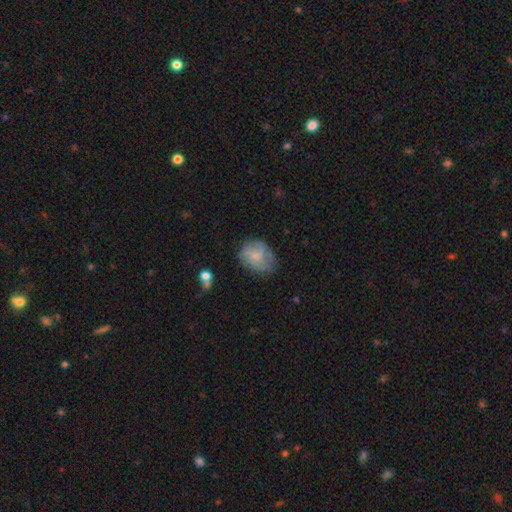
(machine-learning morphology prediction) The model was most divided on "how rounded": in between: 54%, round: 45%, cigar-shaped: 1%. More confident: merging — none (55%); smooth or featured — smooth (54%).